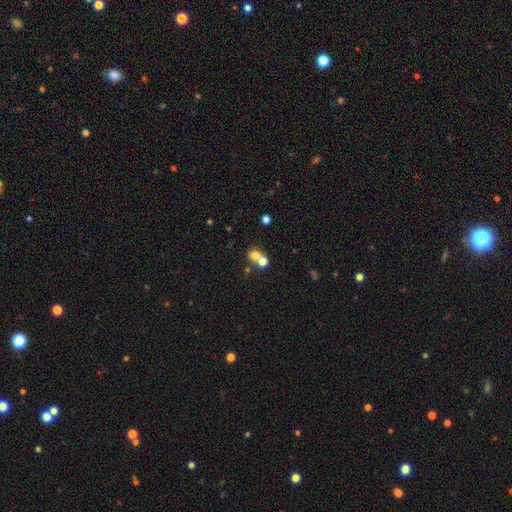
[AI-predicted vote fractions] smooth_or_featured: smooth (p=0.70) [alt: star or artifact p=0.15]
how_rounded: round (p=0.72) [alt: in between p=0.27]
merging: merger (p=0.55) [alt: none p=0.36]